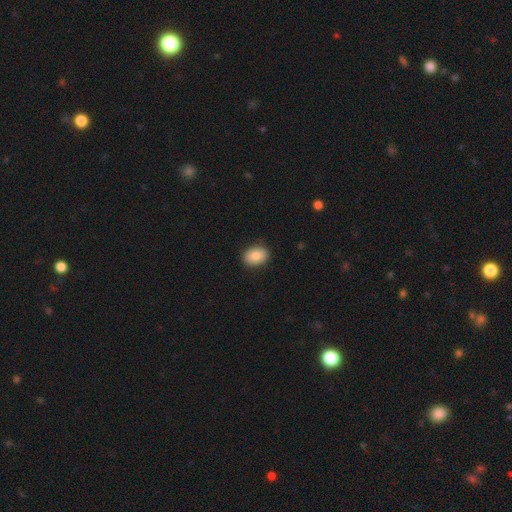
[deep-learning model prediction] Smooth or featured: smooth — 83% (featured or disk — 9%)
How rounded: in between — 74% (round — 25%)
Merging: none — 89% (minor disturbance — 8%)